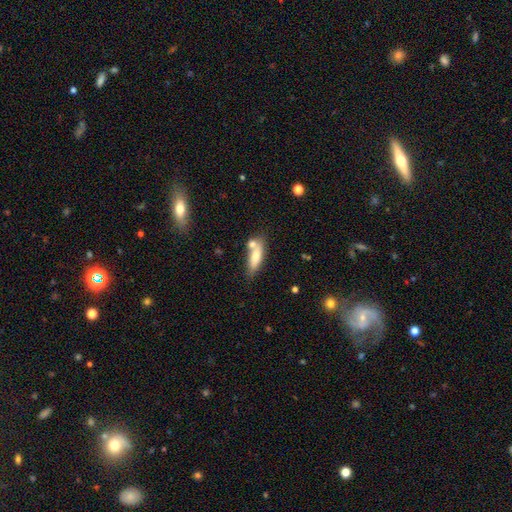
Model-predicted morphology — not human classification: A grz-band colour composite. It shows a smooth galaxy with no disk features (68%) that is in between round and cigar-shaped (49%). Merging: none (52%).